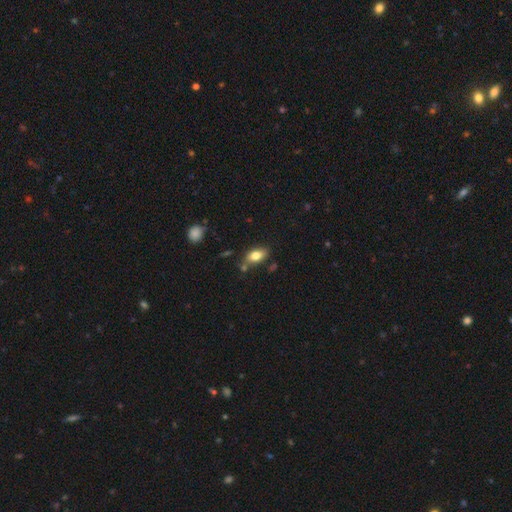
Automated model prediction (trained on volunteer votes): smooth-or-featured: smooth: 78% | featured or disk: 14% | star or artifact: 8%
  how-rounded: in between: 88% | cigar-shaped: 6% | round: 6%
  merging: none: 71% | minor disturbance: 17% | merger: 9% | major disturbance: 4%